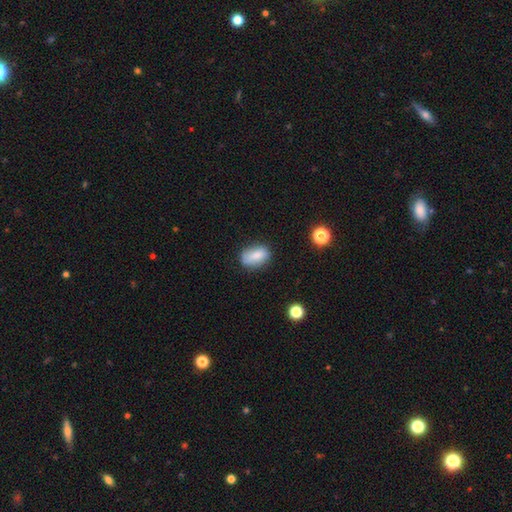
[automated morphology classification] Smooth or featured?
  - smooth: 81% *
  - featured or disk: 11%
  - star or artifact: 9%
How rounded?
  - in between: 84% *
  - round: 14%
  - cigar-shaped: 3%
Merging?
  - none: 73% *
  - minor disturbance: 20%
  - major disturbance: 4%
  - merger: 2%